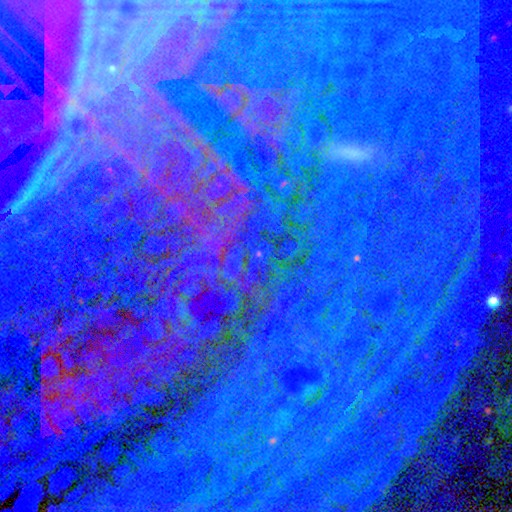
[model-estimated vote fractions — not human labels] smooth_or_featured: star or artifact (p=0.86) [alt: featured or disk p=0.07]